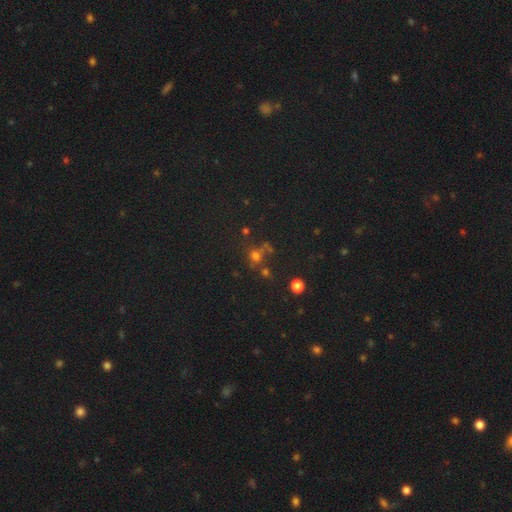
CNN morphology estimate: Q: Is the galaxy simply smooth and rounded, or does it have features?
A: smooth — 45%.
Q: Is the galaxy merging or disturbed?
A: none — 57%.